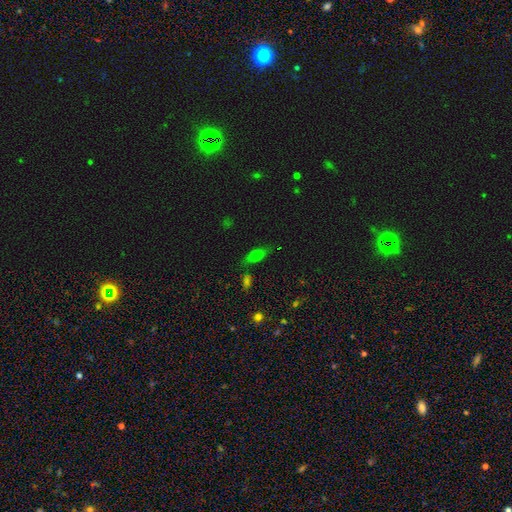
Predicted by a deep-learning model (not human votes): This appears to be a smooth galaxy with no disk features (60%) that is in between round and cigar-shaped (72%). Merging: none (72%).